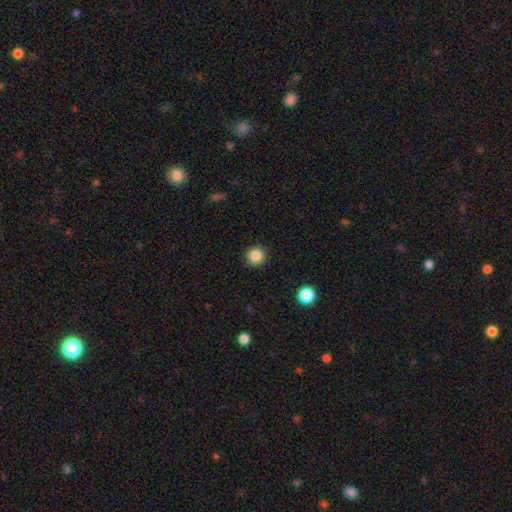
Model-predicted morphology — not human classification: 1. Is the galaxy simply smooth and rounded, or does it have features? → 85% smooth, 11% star or artifact, 4% featured or disk.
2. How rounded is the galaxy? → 94% round, 5% in between, 1% cigar-shaped.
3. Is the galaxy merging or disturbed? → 92% none, 5% minor disturbance, 2% major disturbance, 1% merger.